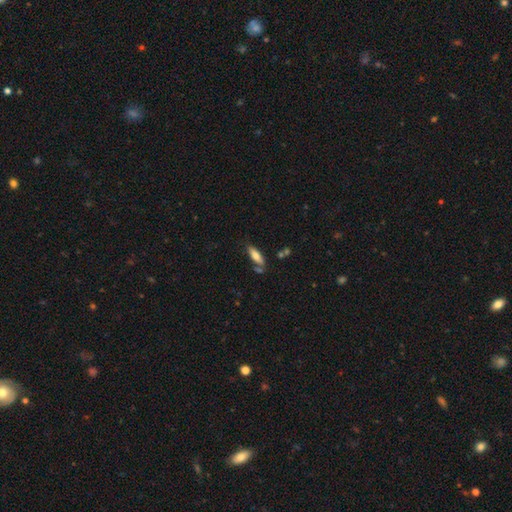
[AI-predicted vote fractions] Q: Smooth or featured?
A: smooth (68%); runner-up: featured or disk (25%)
Q: How rounded?
A: in between (58%); runner-up: cigar-shaped (40%)
Q: Merging?
A: none (67%); runner-up: minor disturbance (17%)